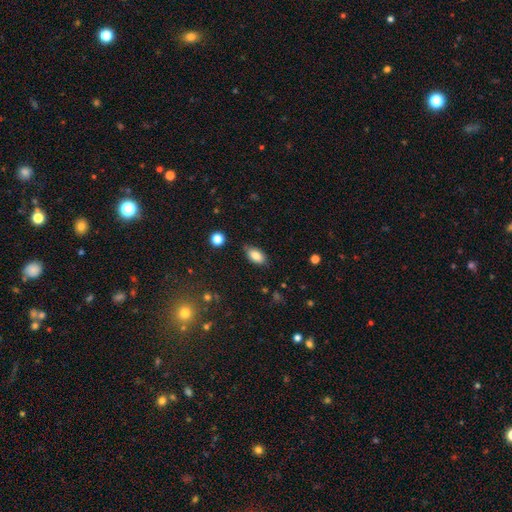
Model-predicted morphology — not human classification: smooth_or_featured: smooth (p=0.82) [alt: featured or disk p=0.10]
how_rounded: in between (p=0.91) [alt: round p=0.06]
merging: none (p=0.77) [alt: minor disturbance p=0.18]